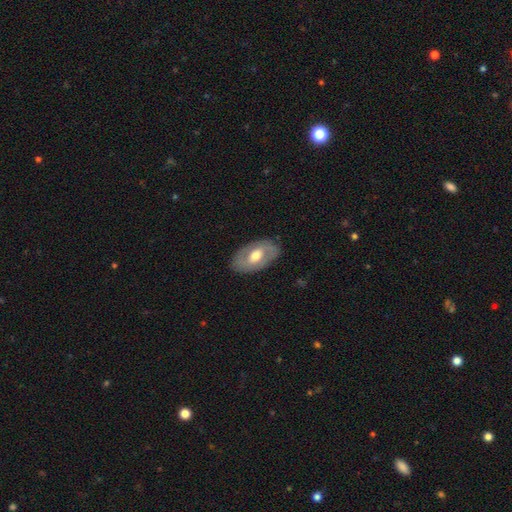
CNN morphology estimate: featured or disk 58%, smooth 37%, star or artifact 5%. Down the decision tree: edge-on disk — no (92%); bar — no (51%); spiral arms — no (52%); bulge size — moderate (67%); merging — none (83%).